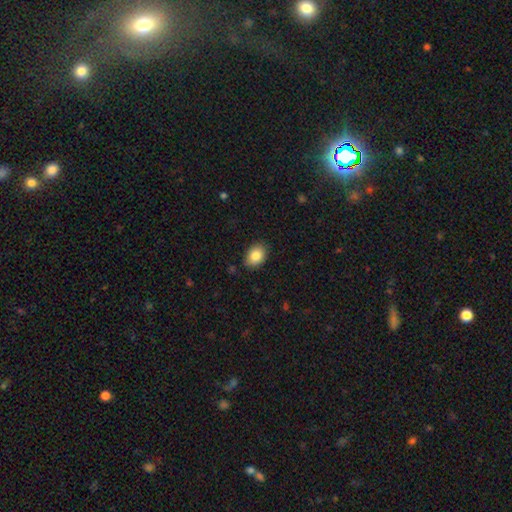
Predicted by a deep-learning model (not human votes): Overall: smooth (85%). How rounded: in between (75%). Merging: none (86%).